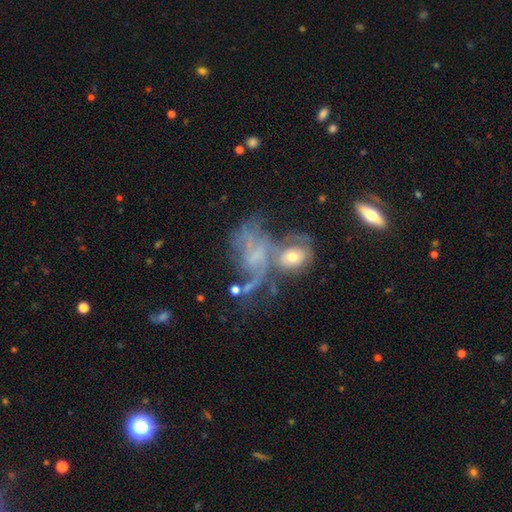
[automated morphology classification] type=featured or disk (71%); edge-on=no (95%); bar=no (59%); spiral arms=yes (75%); winding=medium (39%); arm count=can't tell (37%); bulge=small (38%, tied with none); merging=merger (38%).